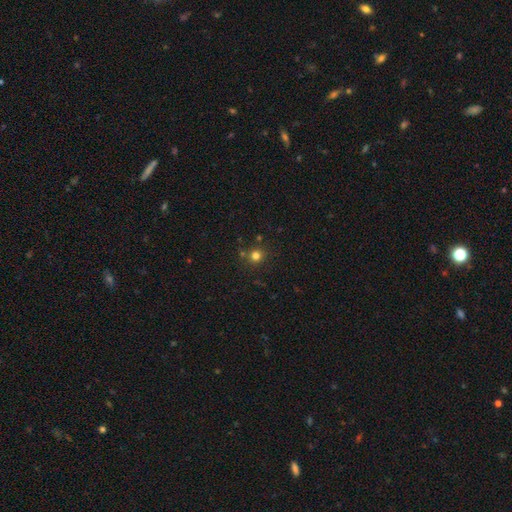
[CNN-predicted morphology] This is likely a smooth galaxy (77%). How rounded: clearly round (92%). Merging: clearly none (82%).